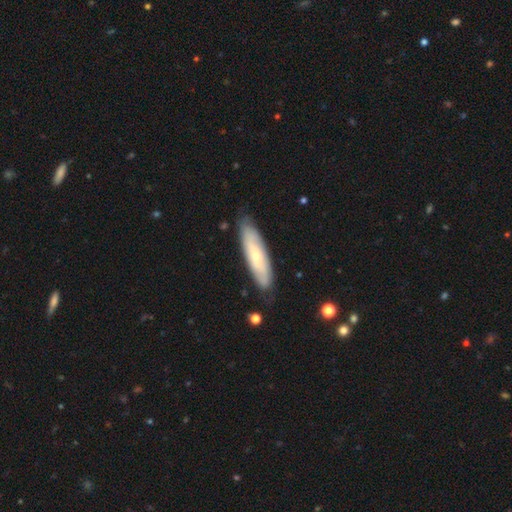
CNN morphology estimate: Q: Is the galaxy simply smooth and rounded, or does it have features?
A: smooth — 49%.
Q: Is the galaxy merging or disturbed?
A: none — 82%.